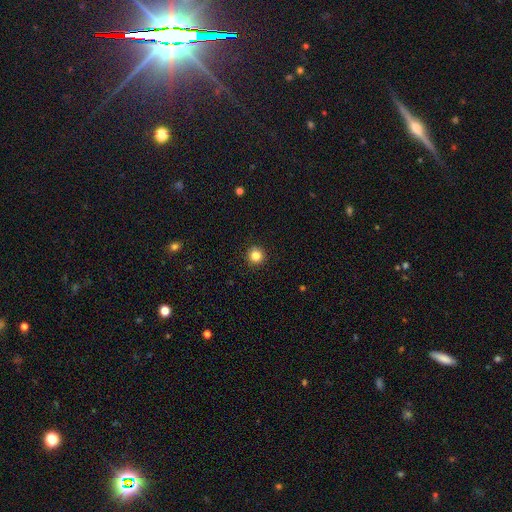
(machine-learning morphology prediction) This is clearly a smooth galaxy (83%). How rounded: clearly round (95%). Merging: clearly none (93%).